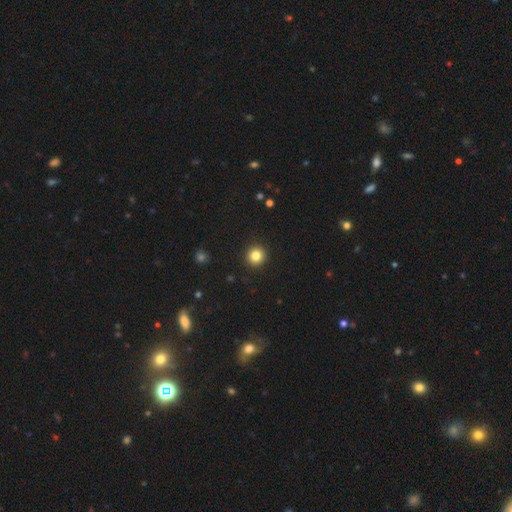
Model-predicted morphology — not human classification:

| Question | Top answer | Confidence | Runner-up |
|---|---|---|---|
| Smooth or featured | smooth | 83% | star or artifact (11%) |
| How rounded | round | 94% | in between (5%) |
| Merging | none | 93% | minor disturbance (4%) |